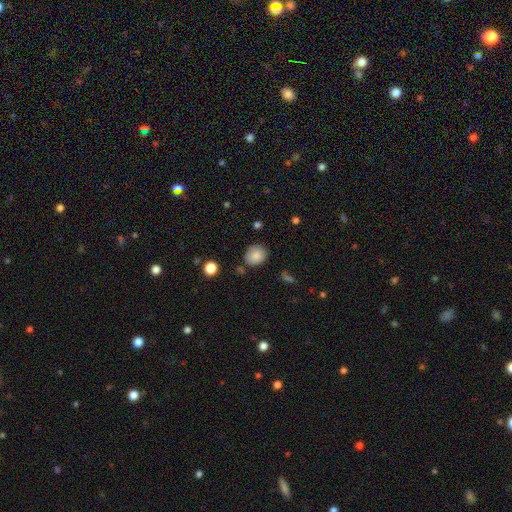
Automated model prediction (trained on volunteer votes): Q: Smooth or featured?
A: smooth (85%); runner-up: star or artifact (9%)
Q: How rounded?
A: round (73%); runner-up: in between (26%)
Q: Merging?
A: none (78%); runner-up: minor disturbance (15%)